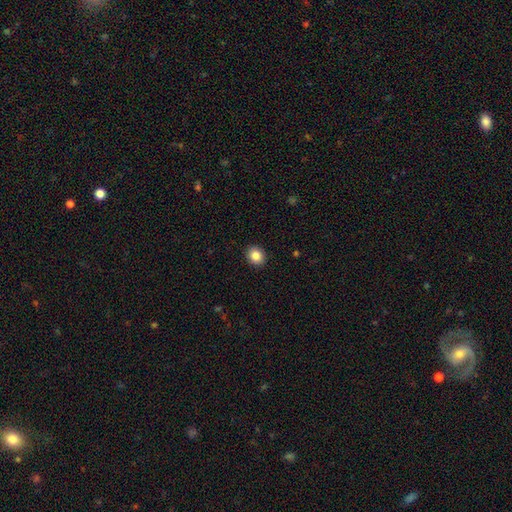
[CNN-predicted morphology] type=smooth (85%); roundness=round (65%); merging=none (92%).